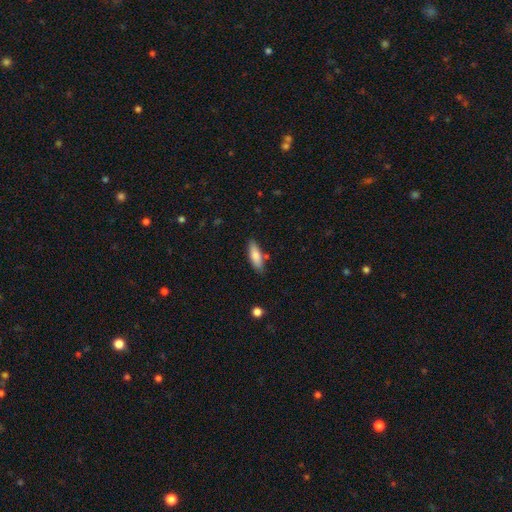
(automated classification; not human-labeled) The model was most divided on "how rounded": in between: 54%, cigar-shaped: 44%, round: 2%. More confident: merging — none (81%); smooth or featured — smooth (79%).